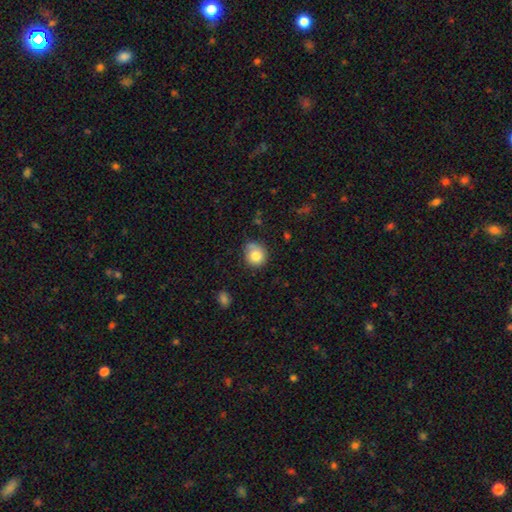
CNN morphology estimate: smooth_or_featured: smooth (p=0.80) [alt: featured or disk p=0.10]
how_rounded: round (p=0.84) [alt: in between p=0.15]
merging: none (p=0.67) [alt: minor disturbance p=0.24]